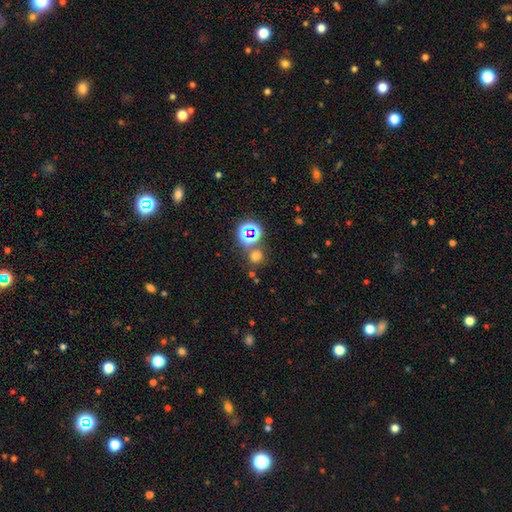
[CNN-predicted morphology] This is likely a smooth galaxy (61%). How rounded: clearly round (86%). Merging: likely none (72%).